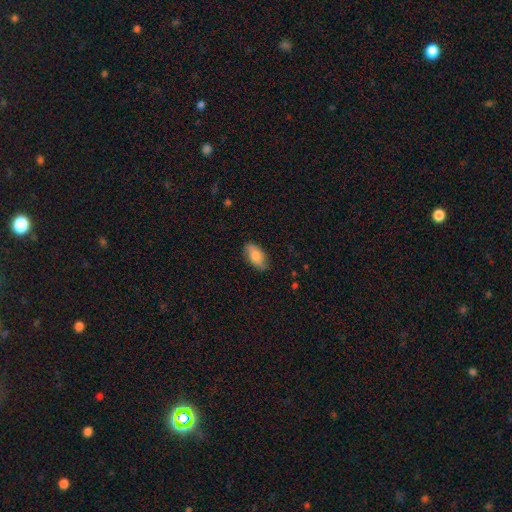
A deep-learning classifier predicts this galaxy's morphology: smooth 70%, featured or disk 23%, star or artifact 7%. Down the decision tree: how rounded — in between (92%); merging — none (77%).